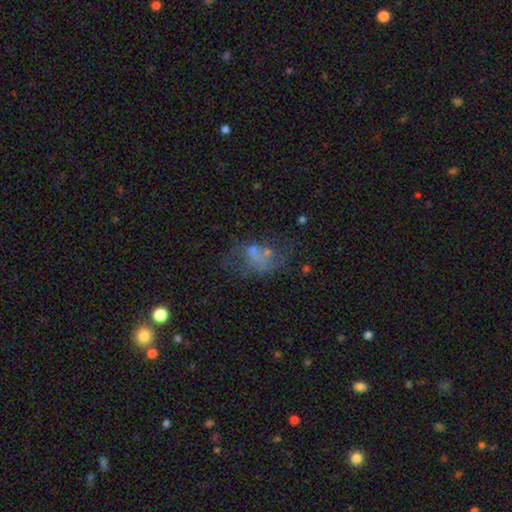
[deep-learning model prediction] Smooth or featured: featured or disk — 41% (smooth — 40%)
Merging: none — 33% (major disturbance — 31%)